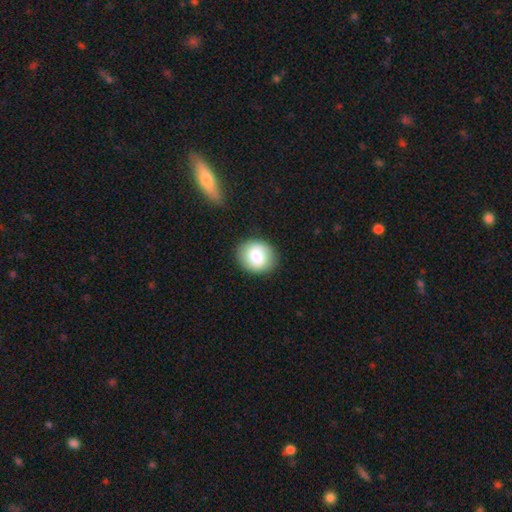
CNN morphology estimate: A smooth galaxy with no disk features (78%) that is round (68%).

Vote fractions:
- Smooth or featured? smooth: 78% / featured or disk: 15% / star or artifact: 8%
- How rounded? round: 68% / in between: 31% / cigar-shaped: 1%
- Merging? none: 88% / minor disturbance: 9% / major disturbance: 2% / merger: 1%